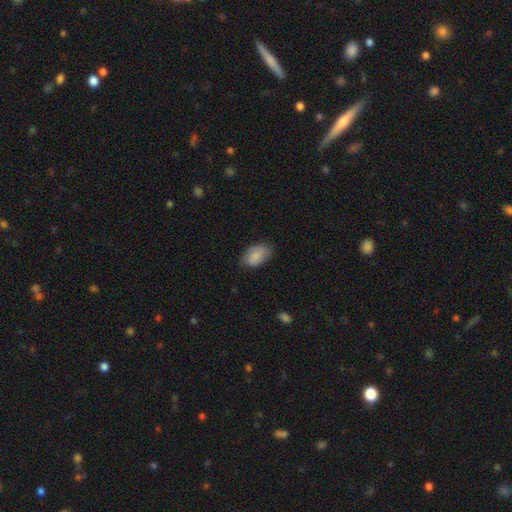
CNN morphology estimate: The model was most divided on "merging": none: 73%, minor disturbance: 22%, major disturbance: 4%, merger: 1%. More confident: how rounded — in between (91%); smooth or featured — smooth (82%).